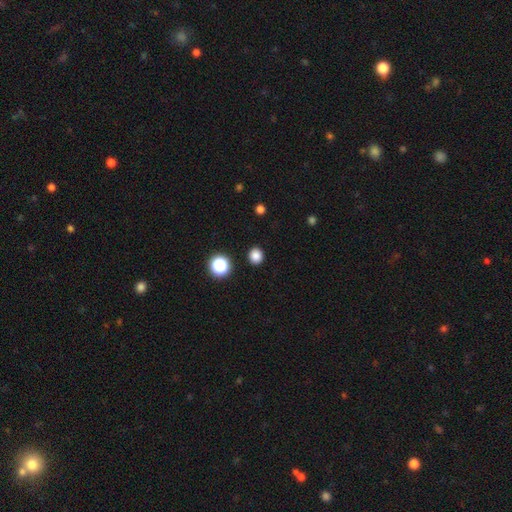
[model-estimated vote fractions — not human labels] Morphology: type=smooth (84%); roundness=round (82%); merging=none (91%).